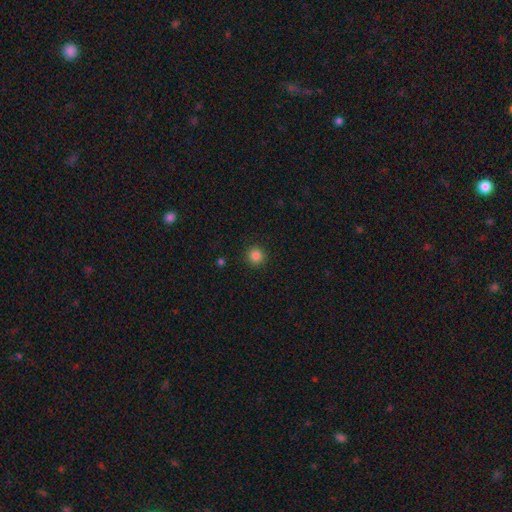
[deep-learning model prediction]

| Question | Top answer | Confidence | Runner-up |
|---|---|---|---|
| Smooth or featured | smooth | 85% | star or artifact (12%) |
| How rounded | round | 94% | in between (5%) |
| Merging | none | 92% | minor disturbance (5%) |